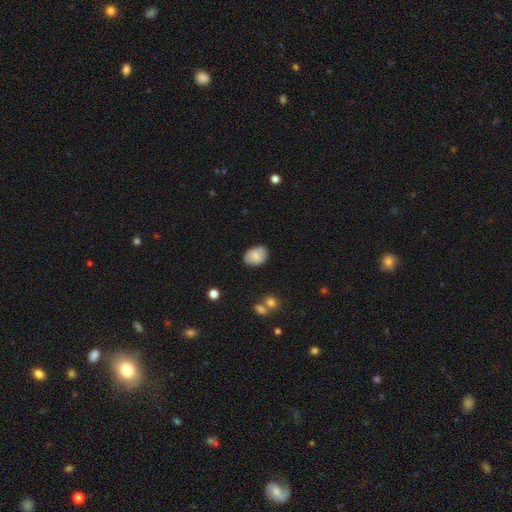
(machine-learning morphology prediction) Smooth or featured?
  - smooth: 80% *
  - featured or disk: 13%
  - star or artifact: 8%
How rounded?
  - in between: 74% *
  - round: 25%
  - cigar-shaped: 1%
Merging?
  - none: 79% *
  - minor disturbance: 16%
  - major disturbance: 3%
  - merger: 2%